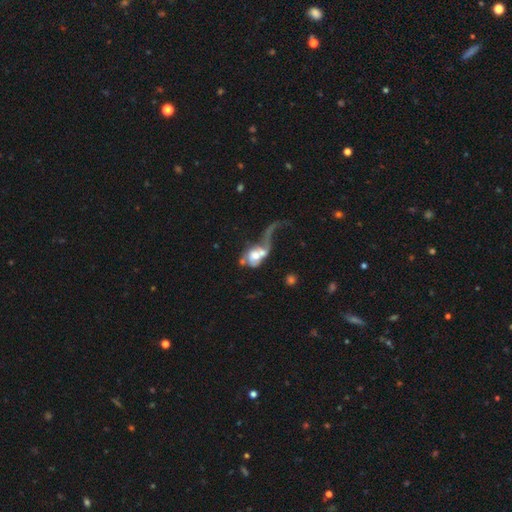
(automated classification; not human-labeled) smooth-or-featured: featured or disk: 57% | smooth: 35% | star or artifact: 8%
  disk-edge-on: no: 95% | yes: 5%
    bar: no: 73% | weak: 21% | strong: 6%
    has-spiral-arms: yes: 58% | no: 42%
    bulge-size: moderate: 52% | large: 21% | small: 18% | none: 5% | dominant: 4%
  merging: merger: 51% | major disturbance: 33% | none: 10% | minor disturbance: 6%